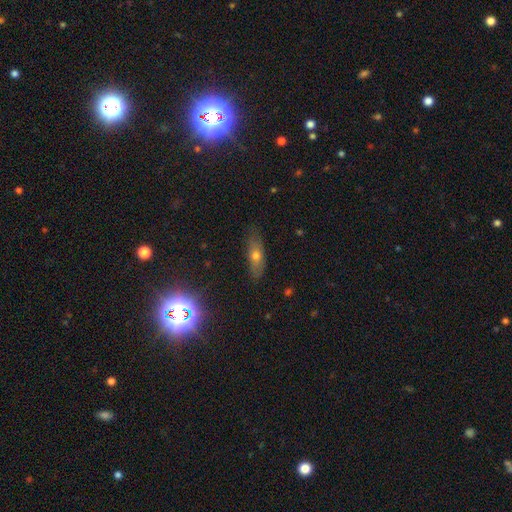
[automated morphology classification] Q: Smooth or featured?
A: smooth (53%); runner-up: featured or disk (31%)
Q: How rounded?
A: in between (55%); runner-up: cigar-shaped (39%)
Q: Merging?
A: none (81%); runner-up: minor disturbance (14%)